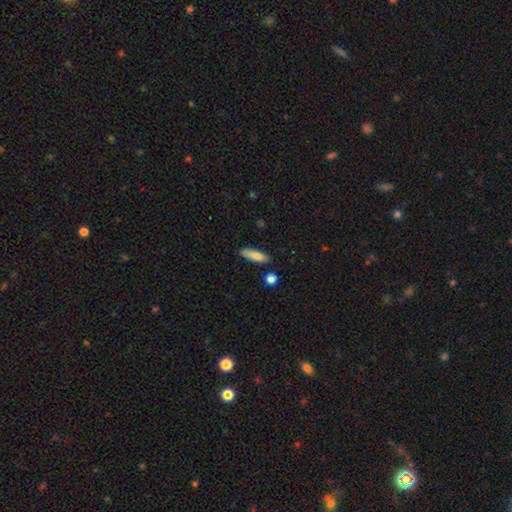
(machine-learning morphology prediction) smooth_or_featured: smooth (p=0.83) [alt: featured or disk p=0.11]
how_rounded: cigar-shaped (p=0.64) [alt: in between p=0.34]
merging: none (p=0.85) [alt: minor disturbance p=0.11]